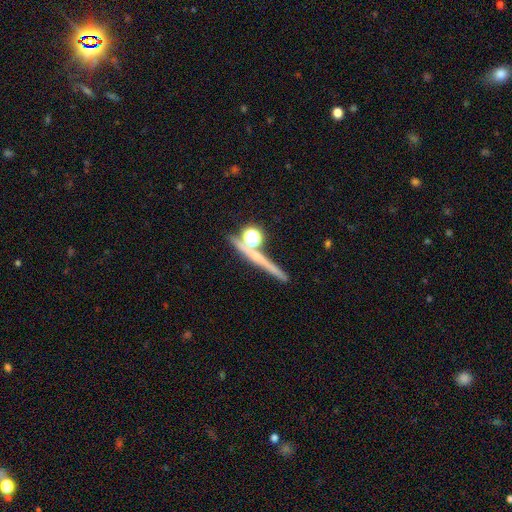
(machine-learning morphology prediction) A featured or disk galaxy (37%).

Vote fractions:
- Smooth or featured? featured or disk: 37% / smooth: 36% / star or artifact: 27%
- Merging? none: 73% / merger: 13% / minor disturbance: 9% / major disturbance: 5%